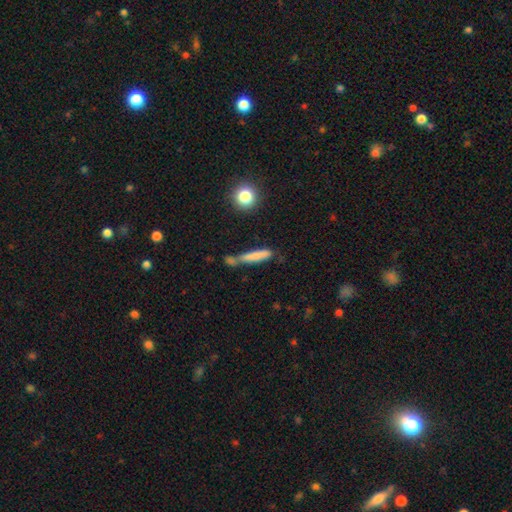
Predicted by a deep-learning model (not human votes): Morphology: type=smooth (72%); roundness=cigar-shaped (87%); merging=none (50%).